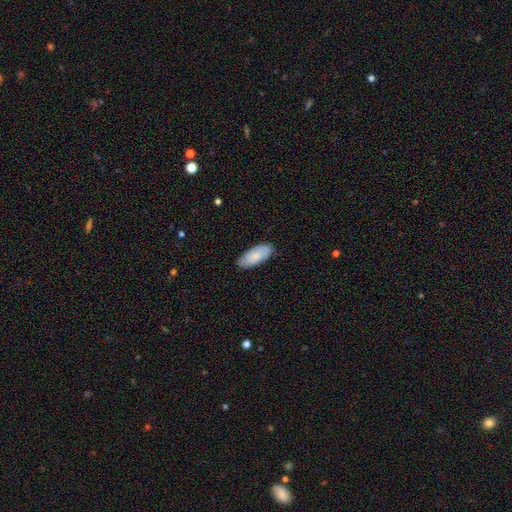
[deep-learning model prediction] Morphology: type=smooth (81%); roundness=in between (87%); merging=none (83%).